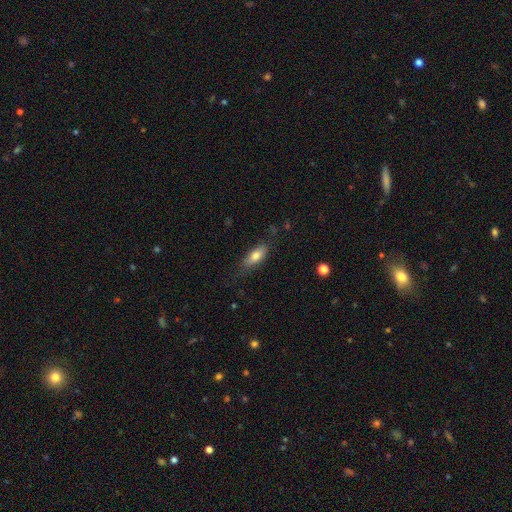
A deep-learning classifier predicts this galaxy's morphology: Q: Smooth or featured?
A: smooth (77%); runner-up: featured or disk (16%)
Q: How rounded?
A: in between (75%); runner-up: cigar-shaped (22%)
Q: Merging?
A: none (73%); runner-up: minor disturbance (20%)